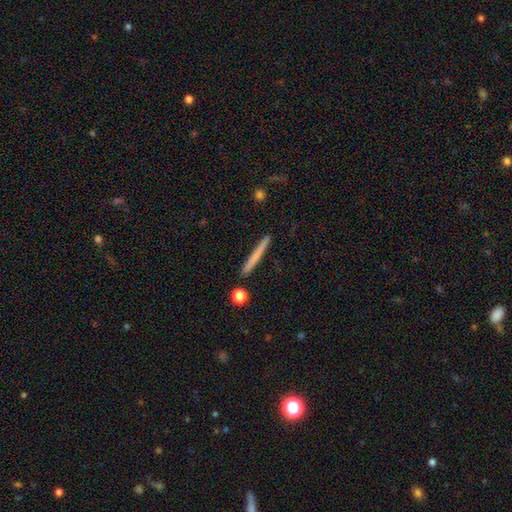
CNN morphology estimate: Smooth or featured? smooth (66%)
How rounded? cigar-shaped (96%)
Merging? none (91%)